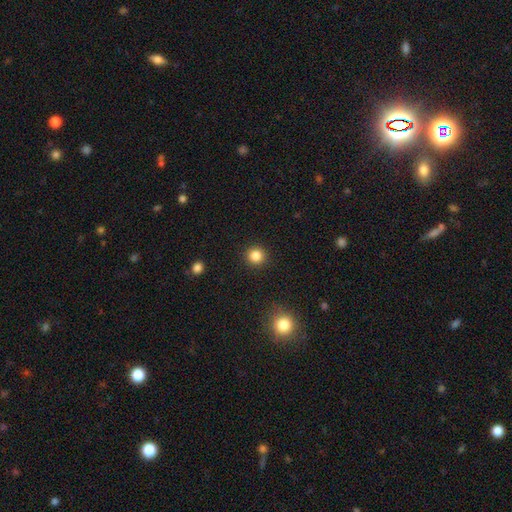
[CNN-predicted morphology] This is clearly a smooth galaxy (84%). How rounded: clearly round (94%). Merging: clearly none (92%).